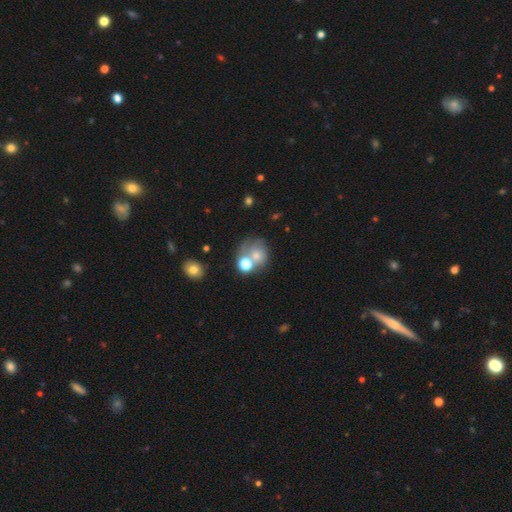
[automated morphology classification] Smooth or featured? smooth (63%)
How rounded? round (71%)
Merging? none (37%, tied with merger)